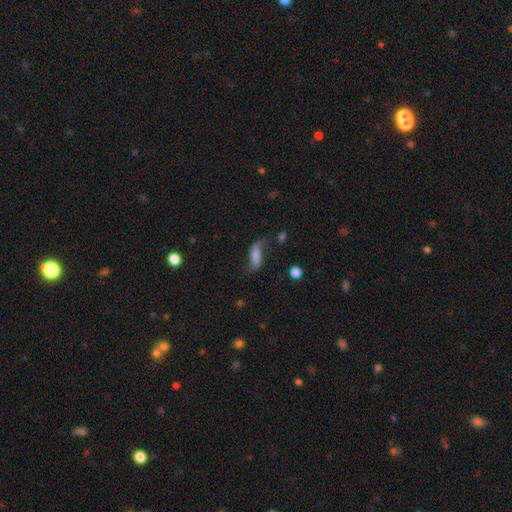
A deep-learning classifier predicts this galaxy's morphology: Smooth or featured? smooth (48%)
Merging? none (59%)